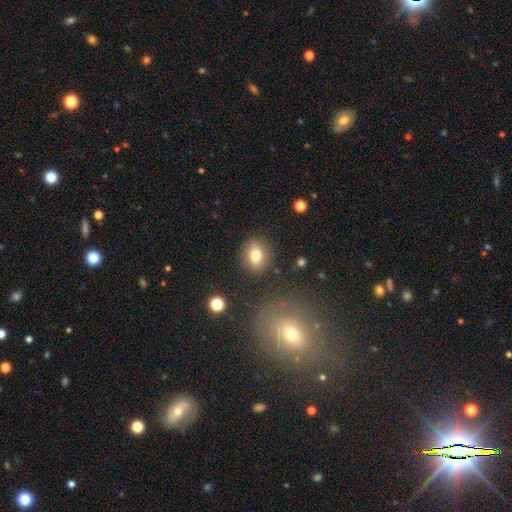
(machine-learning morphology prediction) A smooth galaxy with no disk features (79%) that is round (58%). Merging: none (84%).